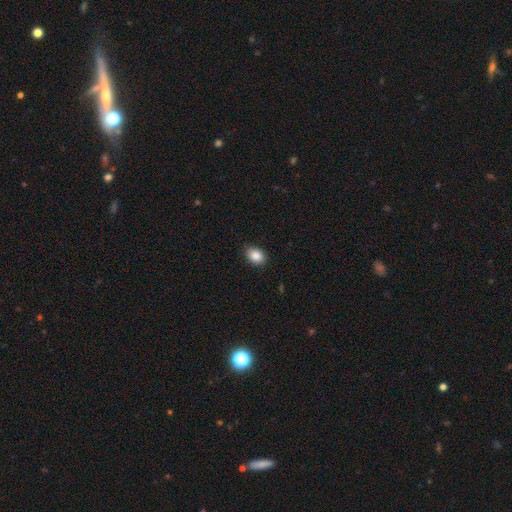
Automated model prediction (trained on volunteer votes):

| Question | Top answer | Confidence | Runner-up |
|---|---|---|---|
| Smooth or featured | smooth | 86% | star or artifact (9%) |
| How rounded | in between | 70% | round (29%) |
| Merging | none | 85% | minor disturbance (12%) |